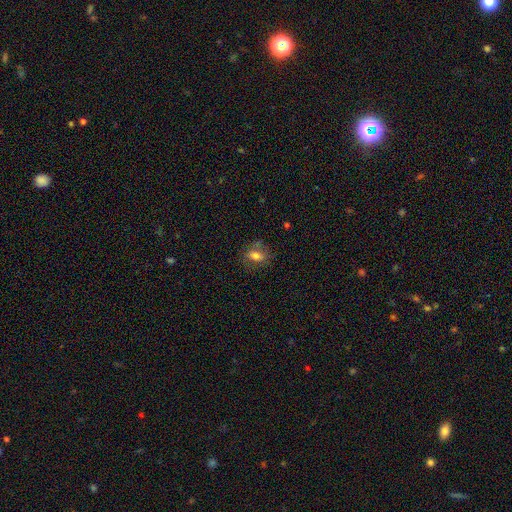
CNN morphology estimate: This appears to be a smooth galaxy with no disk features (67%) that is in between round and cigar-shaped (70%). Merging: none (70%).